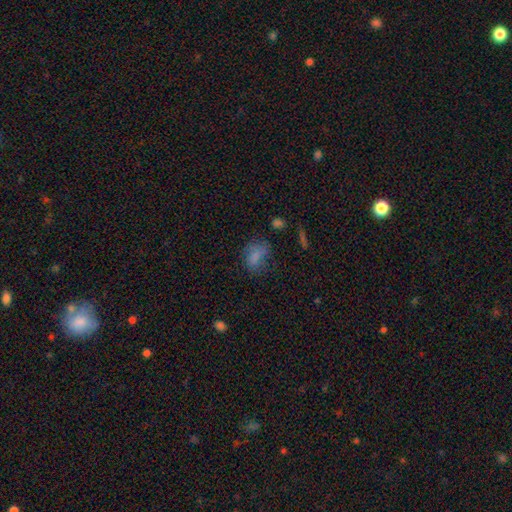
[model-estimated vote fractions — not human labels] This appears to be a smooth galaxy with no disk features (76%) that is in between round and cigar-shaped (82%). Merging: none (55%).